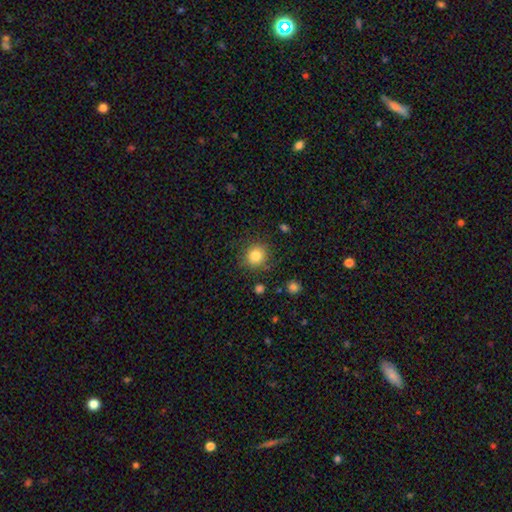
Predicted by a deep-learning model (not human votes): Smooth or featured: smooth — 82% (star or artifact — 11%)
How rounded: round — 86% (in between — 13%)
Merging: none — 84% (minor disturbance — 10%)